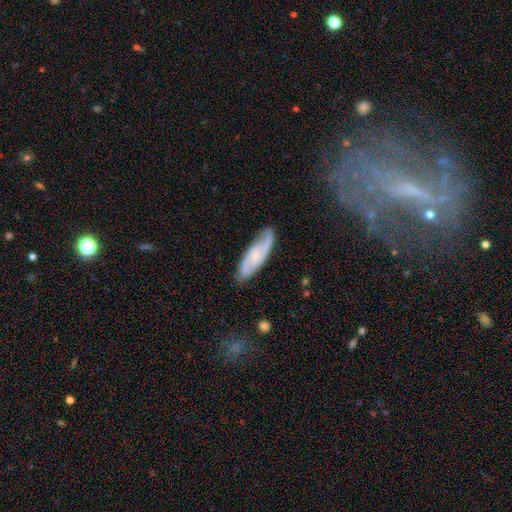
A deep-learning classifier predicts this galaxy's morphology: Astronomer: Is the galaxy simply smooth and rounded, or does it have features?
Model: featured or disk — 64%.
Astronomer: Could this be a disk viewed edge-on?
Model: no — 84%.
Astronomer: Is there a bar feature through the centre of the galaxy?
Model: no — 60%.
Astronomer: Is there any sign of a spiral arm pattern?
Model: yes — 92%.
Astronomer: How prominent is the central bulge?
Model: small — 54%.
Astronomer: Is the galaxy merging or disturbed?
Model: none — 72%.